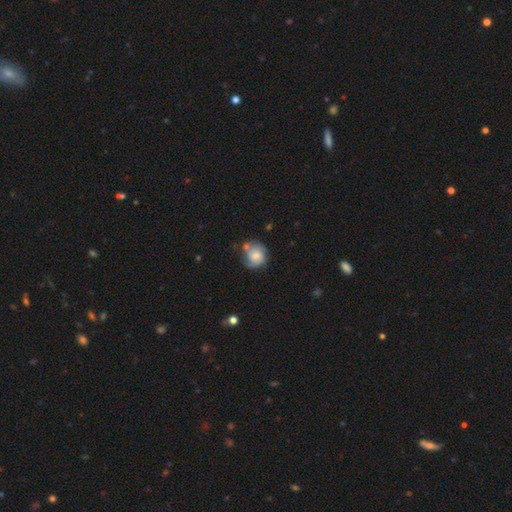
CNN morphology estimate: This is possibly a smooth galaxy (53%). How rounded: likely round (79%). Merging: possibly none (49%).